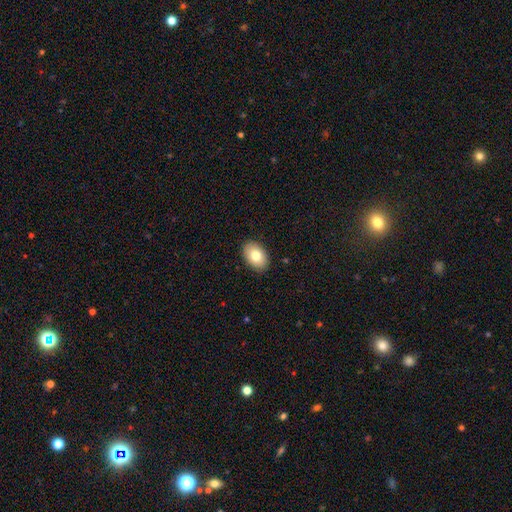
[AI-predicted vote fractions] Smooth or featured? smooth (79%)
How rounded? in between (88%)
Merging? none (89%)